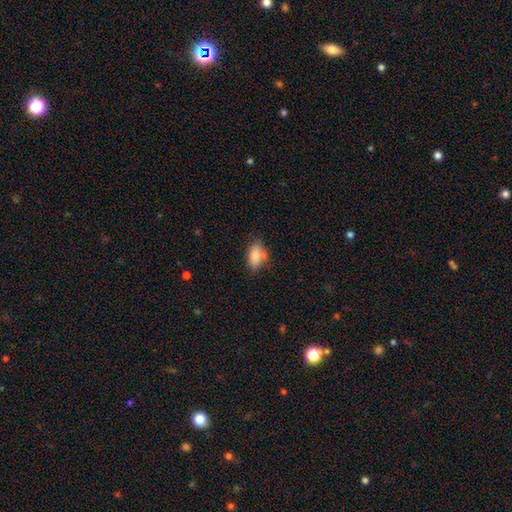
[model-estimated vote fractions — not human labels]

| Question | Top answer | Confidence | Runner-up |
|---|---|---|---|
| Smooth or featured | smooth | 82% | featured or disk (9%) |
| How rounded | in between | 87% | round (9%) |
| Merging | none | 61% | minor disturbance (27%) |